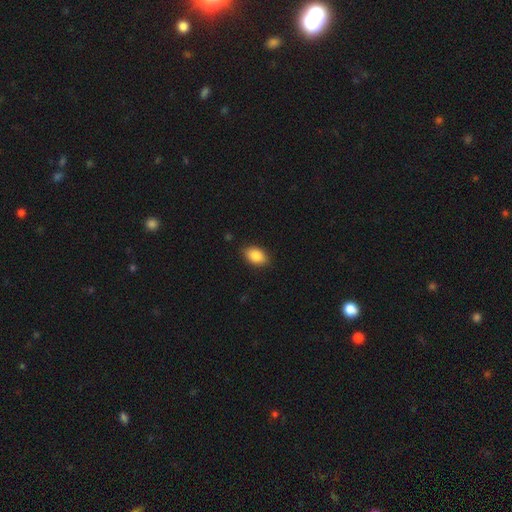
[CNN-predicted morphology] type=smooth (88%); roundness=in between (87%); merging=none (87%).